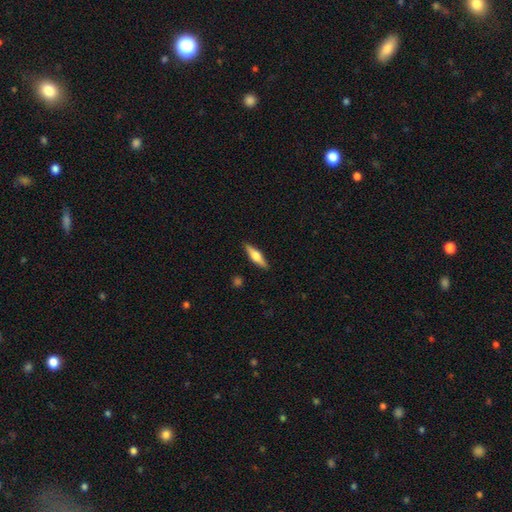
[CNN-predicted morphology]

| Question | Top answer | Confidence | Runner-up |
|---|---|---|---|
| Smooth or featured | featured or disk | 47% | tied: smooth (47%) |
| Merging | none | 89% | minor disturbance (8%) |